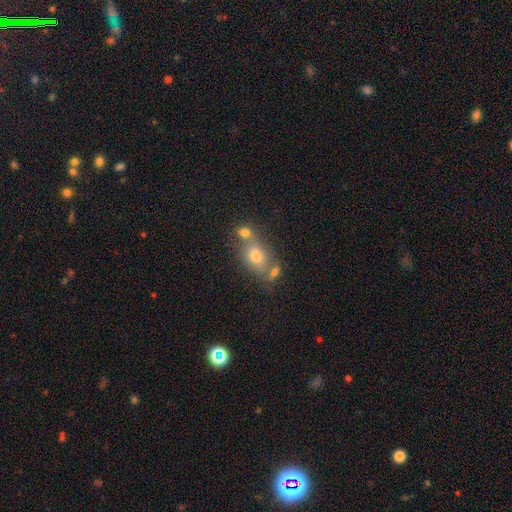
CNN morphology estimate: A smooth galaxy with no disk features (66%) that is in between round and cigar-shaped (61%).

Vote fractions:
- Smooth or featured? smooth: 66% / featured or disk: 20% / star or artifact: 14%
- How rounded? in between: 61% / round: 36% / cigar-shaped: 3%
- Merging? merger: 45% / none: 40% / minor disturbance: 11% / major disturbance: 5%